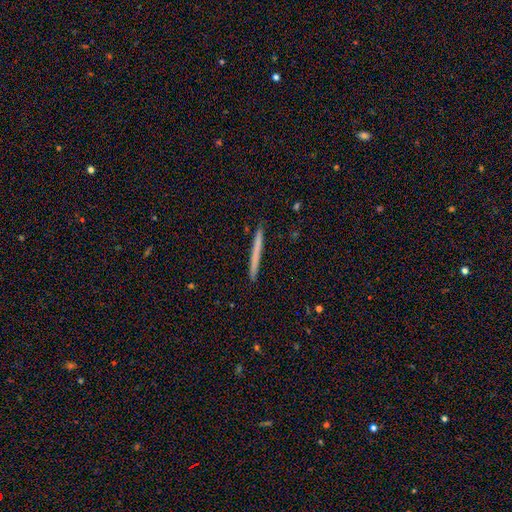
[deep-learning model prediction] Overall: smooth (61%; featured or disk 34%). How rounded: cigar-shaped (97%). Merging: none (92%).